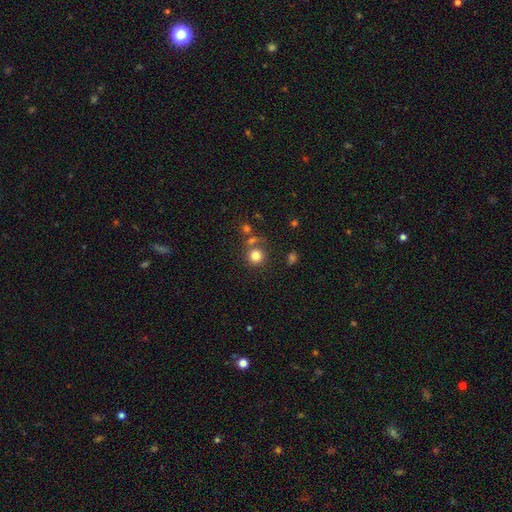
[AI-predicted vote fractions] This appears to be a smooth galaxy with no disk features (80%) that is round (91%). Merging: none (67%).